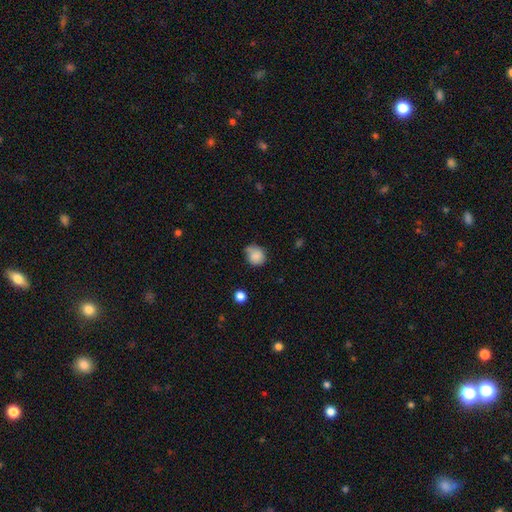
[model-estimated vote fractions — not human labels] This is clearly a smooth galaxy (83%). How rounded: likely round (77%). Merging: possibly none (55%).